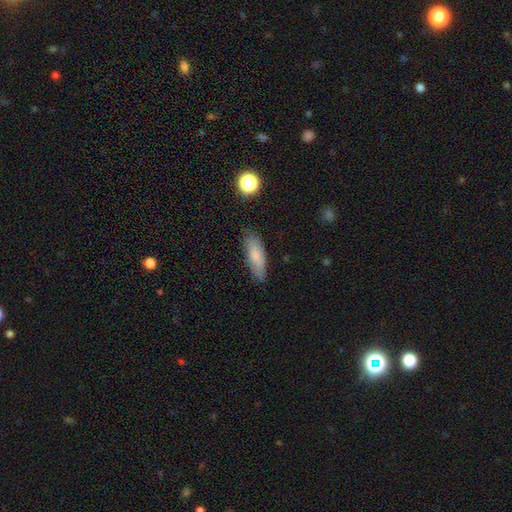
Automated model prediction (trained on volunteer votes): smooth 78%, featured or disk 15%, star or artifact 7%. Down the decision tree: how rounded — in between (58%); merging — none (80%).